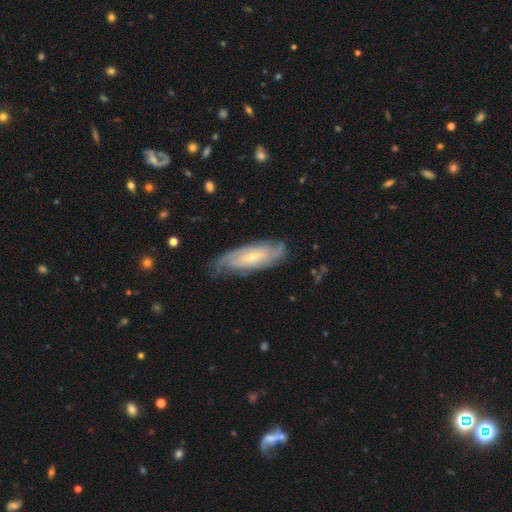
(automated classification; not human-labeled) This is likely a featured or disk galaxy (67%). It is likely not viewed edge-on (78%). Bar: possibly no (51%). Spiral arm pattern: clearly yes (86%). Central bulge: likely small (65%). Merging: likely none (77%).